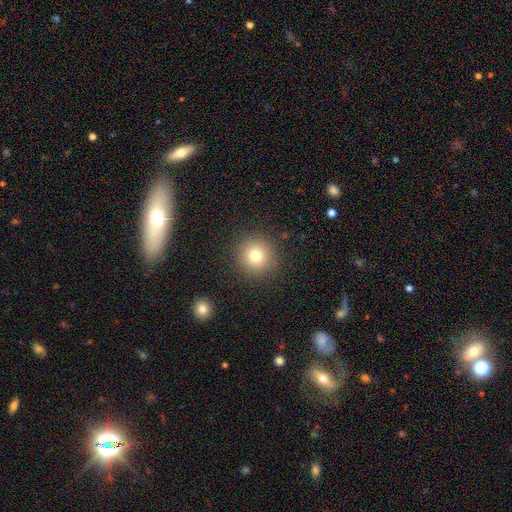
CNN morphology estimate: Smooth or featured? smooth (76%)
How rounded? round (94%)
Merging? none (91%)